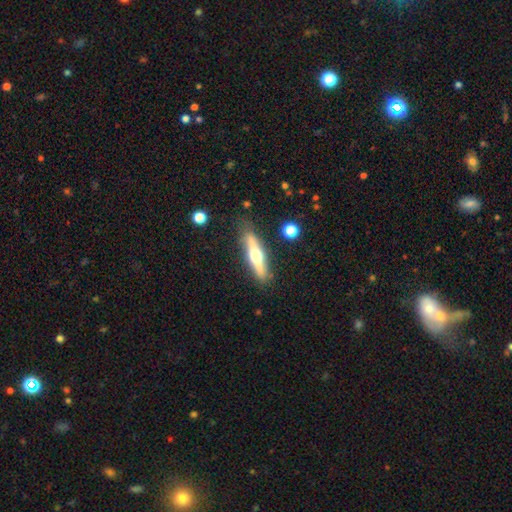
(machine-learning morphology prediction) A featured or disk galaxy (63%) viewed edge-on (94%) with a rounded central bulge (95%). Merging: none (84%).